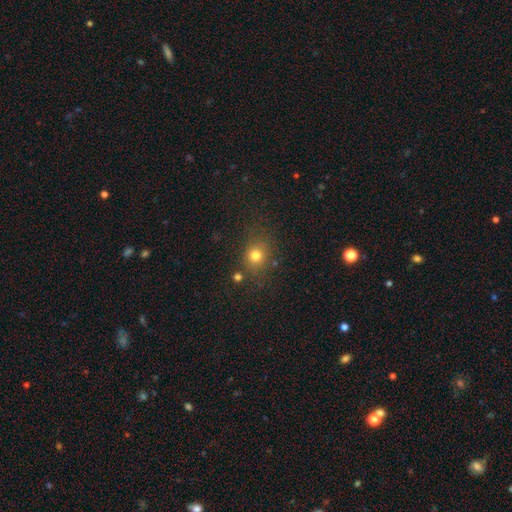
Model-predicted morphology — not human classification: type=smooth (76%); roundness=round (77%); merging=none (75%).